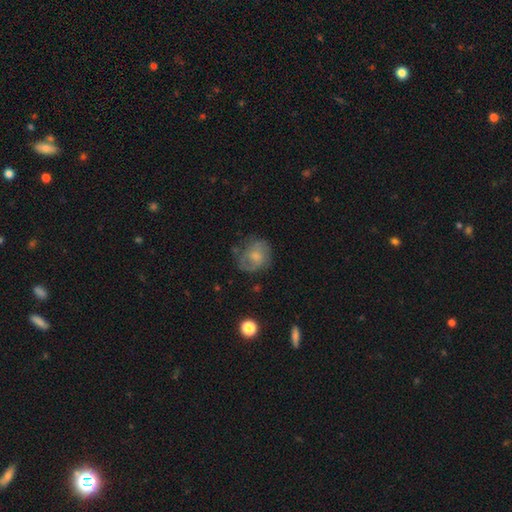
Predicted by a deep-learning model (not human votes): Smooth or featured?
  - smooth: 49% *
  - featured or disk: 42%
  - star or artifact: 9%
Merging?
  - none: 56% *
  - minor disturbance: 25%
  - major disturbance: 16%
  - merger: 2%